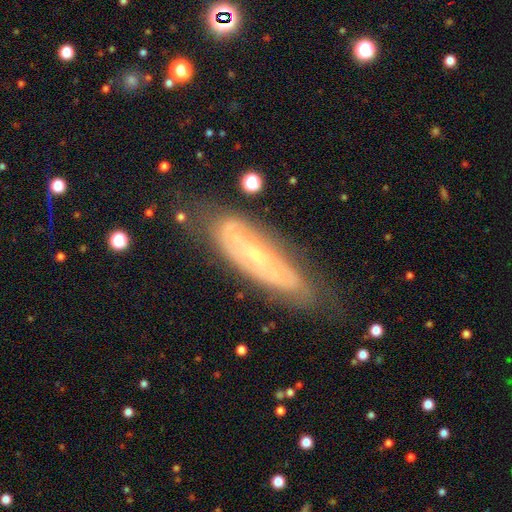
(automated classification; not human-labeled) A featured or disk galaxy (72%) with no bar (67%), spiral arms (77%) and a small central bulge (73%).

Vote fractions:
- Smooth or featured? featured or disk: 72% / smooth: 21% / star or artifact: 8%
- Edge-on disk? no: 76% / yes: 24%
- Bar? no: 67% / weak: 24% / strong: 8%
- Spiral arms? yes: 77% / no: 23%
- Bulge size? small: 73% / moderate: 23% / none: 2% / large: 1% / dominant: 1%
- Merging? none: 69% / minor disturbance: 21% / major disturbance: 7% / merger: 2%